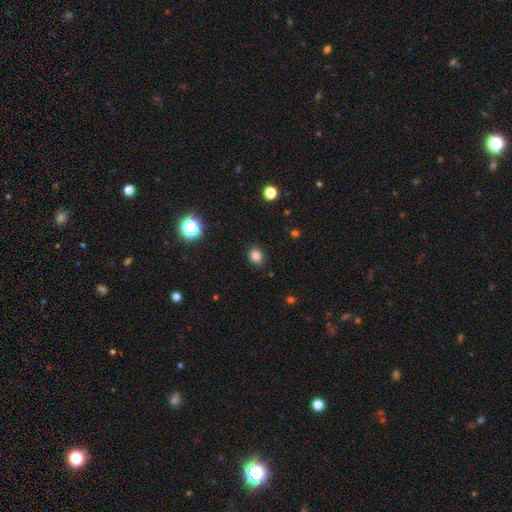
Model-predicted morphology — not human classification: The model was most divided on "how rounded": round: 65%, in between: 34%, cigar-shaped: 1%. More confident: merging — none (89%); smooth or featured — smooth (83%).